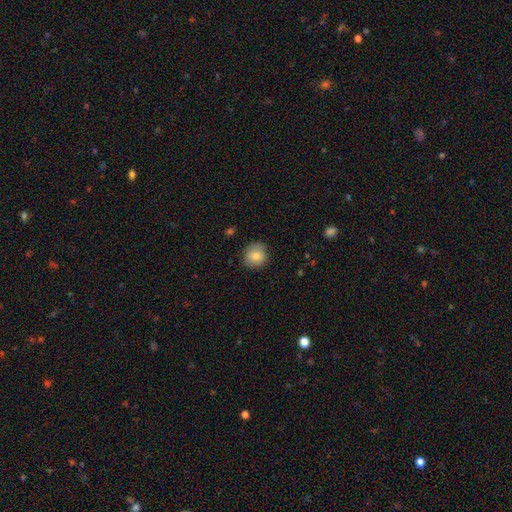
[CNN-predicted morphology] smooth 81%, featured or disk 11%, star or artifact 9%. Down the decision tree: how rounded — round (86%); merging — none (83%).